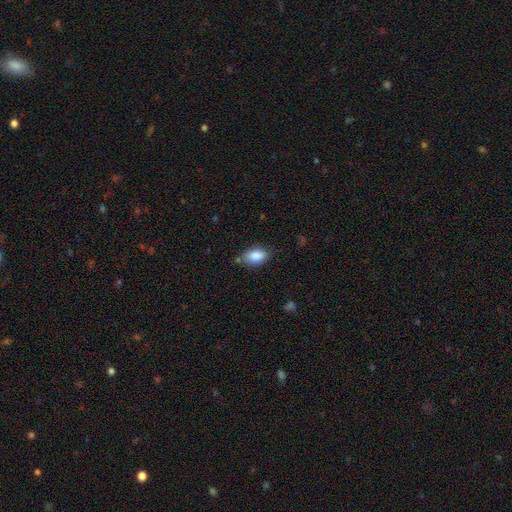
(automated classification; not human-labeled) Smooth or featured: smooth — 86% (star or artifact — 7%)
How rounded: in between — 89% (round — 8%)
Merging: none — 74% (minor disturbance — 19%)